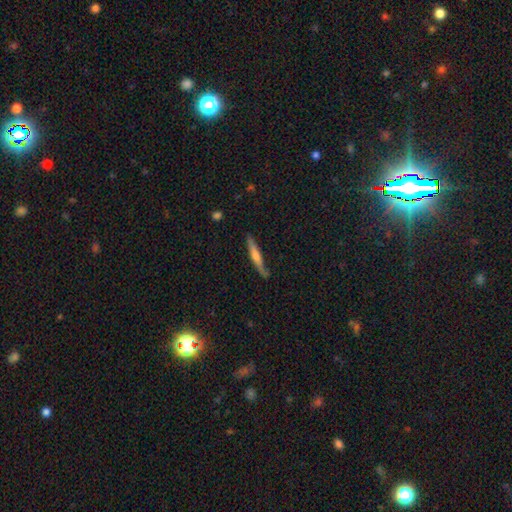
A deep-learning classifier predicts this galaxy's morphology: smooth_or_featured: featured or disk (p=0.52) [alt: smooth p=0.42]
disk_edge_on: yes (p=0.94) [alt: no p=0.06]
merging: none (p=0.80) [alt: minor disturbance p=0.15]